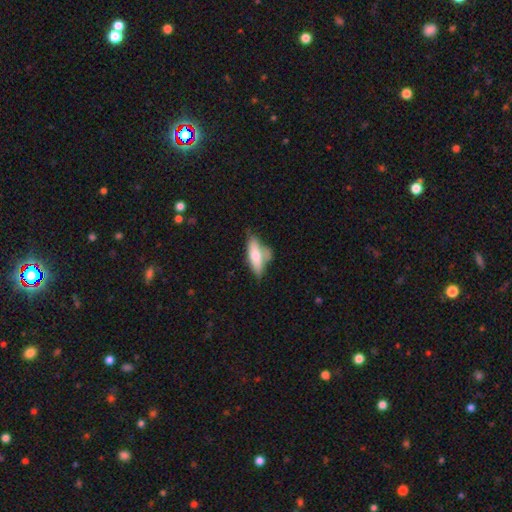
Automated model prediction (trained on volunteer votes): Smooth or featured?
  - smooth: 63% *
  - featured or disk: 31%
  - star or artifact: 6%
How rounded?
  - in between: 54% *
  - cigar-shaped: 43%
  - round: 3%
Merging?
  - none: 49% *
  - minor disturbance: 24%
  - merger: 18%
  - major disturbance: 9%